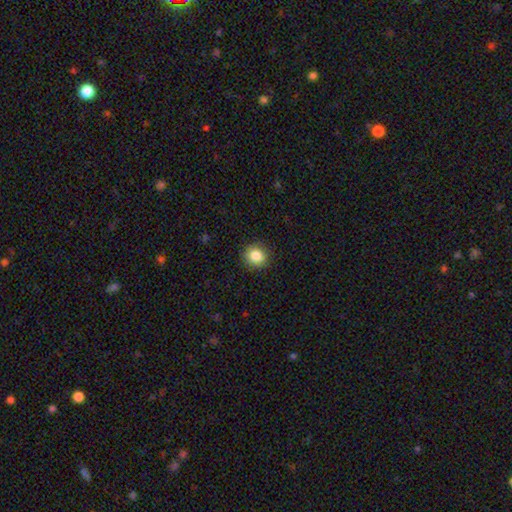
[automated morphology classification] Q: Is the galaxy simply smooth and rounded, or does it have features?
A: smooth — 85%.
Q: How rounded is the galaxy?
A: round — 83%.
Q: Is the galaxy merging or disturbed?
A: none — 90%.